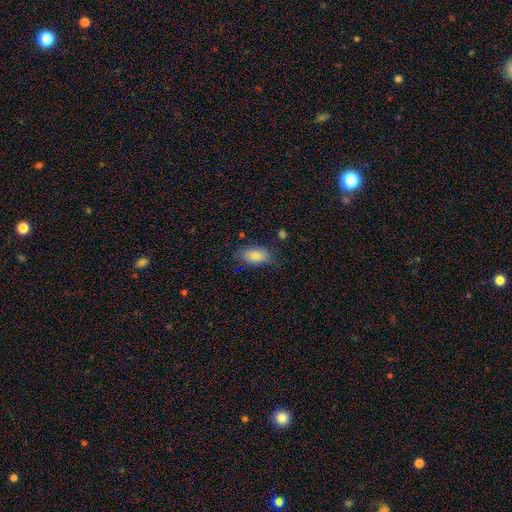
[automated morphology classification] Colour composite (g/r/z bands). It shows a smooth galaxy with no disk features (86%) that is in between round and cigar-shaped (91%). Merging: none (74%).